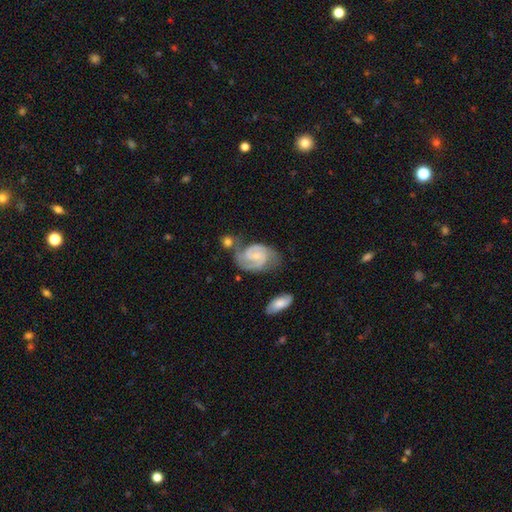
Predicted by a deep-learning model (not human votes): A featured or disk galaxy (88%) with no bar (49%), 2 (87%) medium (49%) spiral arms (98%) and a small central bulge (66%).

Vote fractions:
- Smooth or featured? featured or disk: 88% / smooth: 7% / star or artifact: 5%
- Edge-on disk? no: 98% / yes: 2%
- Bar? no: 49% / weak: 41% / strong: 10%
- Spiral arms? yes: 98% / no: 2%
- Spiral winding? medium: 49% / tight: 40% / loose: 10%
- Spiral arm count? 2: 87% / 3: 4% / can't tell: 4% / 1: 2% / 4: 1% / more than 4: 1%
- Bulge size? small: 66% / moderate: 22% / none: 9% / large: 1% / dominant: 1%
- Merging? none: 56% / minor disturbance: 21% / merger: 15% / major disturbance: 8%